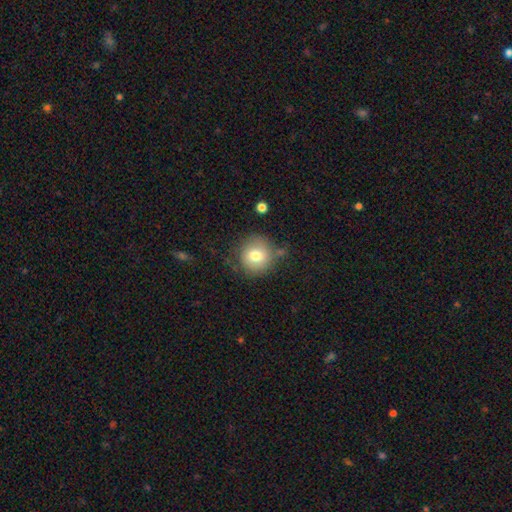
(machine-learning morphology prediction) Smooth or featured: smooth — 76% (featured or disk — 14%)
How rounded: round — 91% (in between — 8%)
Merging: none — 74% (minor disturbance — 16%)